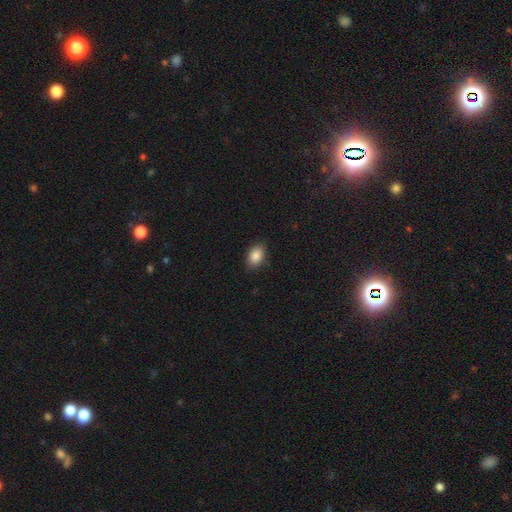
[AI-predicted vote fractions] Smooth or featured? Predicted: smooth (p=0.87). How rounded? Predicted: in between (p=0.86). Merging? Predicted: none (p=0.85).